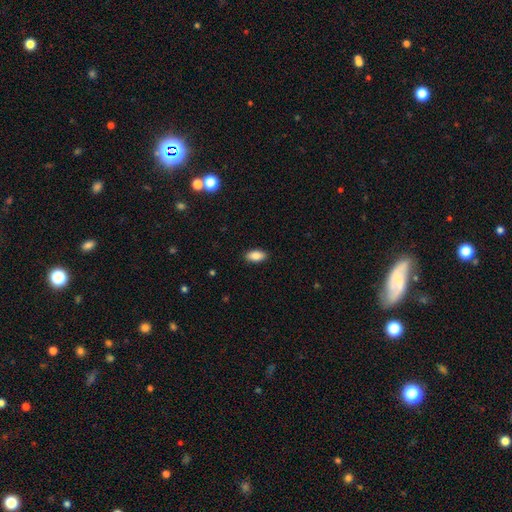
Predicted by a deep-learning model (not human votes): Morphology: type=smooth (87%); roundness=in between (93%); merging=none (89%).